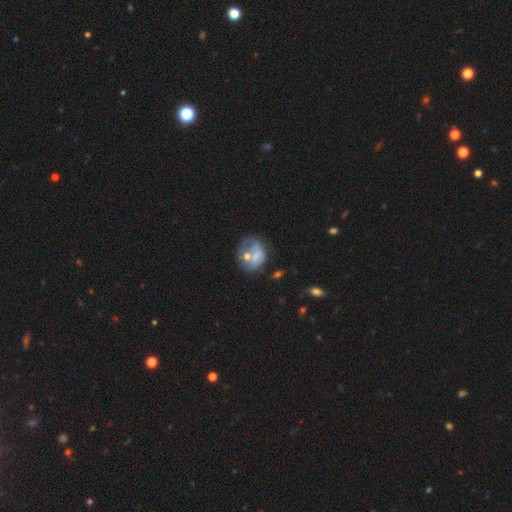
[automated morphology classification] Smooth or featured? Predicted: smooth (p=0.47). Merging? Predicted: none (p=0.37).